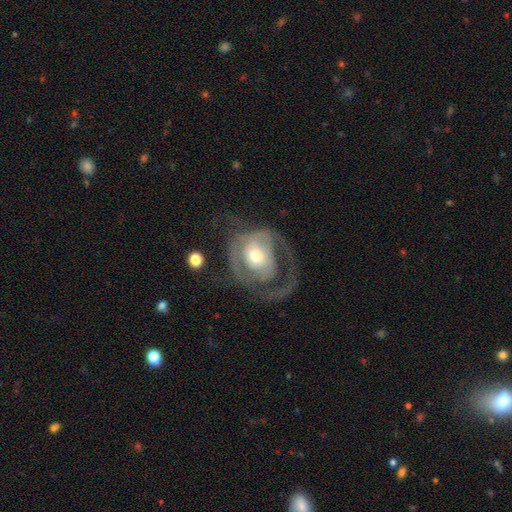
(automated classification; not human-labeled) Morphology: type=featured or disk (68%); edge-on=no (97%); bar=no (72%); spiral arms=yes (66%); bulge=moderate (63%); merging=major disturbance (52%).